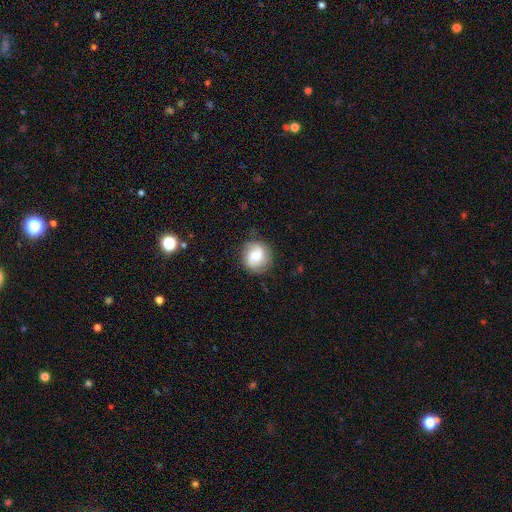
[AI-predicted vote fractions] Overall: smooth (55%; featured or disk 36%). How rounded: round (86%). Merging: none (78%).